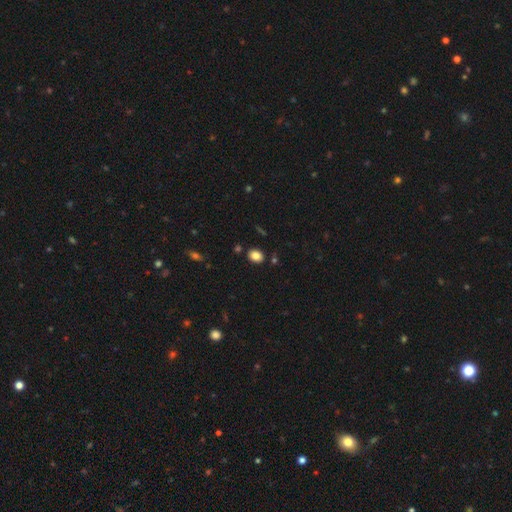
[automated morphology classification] This appears to be a smooth galaxy with no disk features (85%) that is in between round and cigar-shaped (58%). Merging: none (86%).